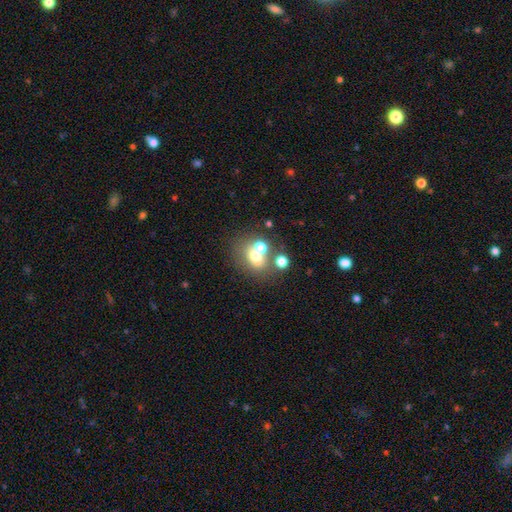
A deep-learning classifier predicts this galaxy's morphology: A smooth galaxy with no disk features (62%) that is round (60%).

Vote fractions:
- Smooth or featured? smooth: 62% / featured or disk: 22% / star or artifact: 16%
- How rounded? round: 60% / in between: 39% / cigar-shaped: 1%
- Merging? none: 43% / merger: 42% / minor disturbance: 9% / major disturbance: 6%